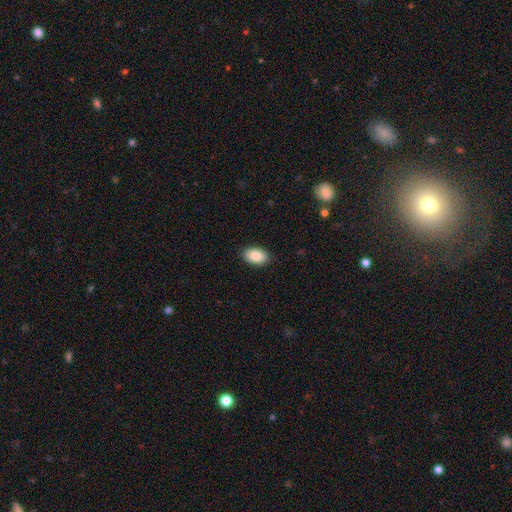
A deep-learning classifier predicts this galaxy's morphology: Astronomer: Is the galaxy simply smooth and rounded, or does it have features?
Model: smooth — 86%.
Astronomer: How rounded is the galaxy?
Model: in between — 91%.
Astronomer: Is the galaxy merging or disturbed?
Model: none — 89%.